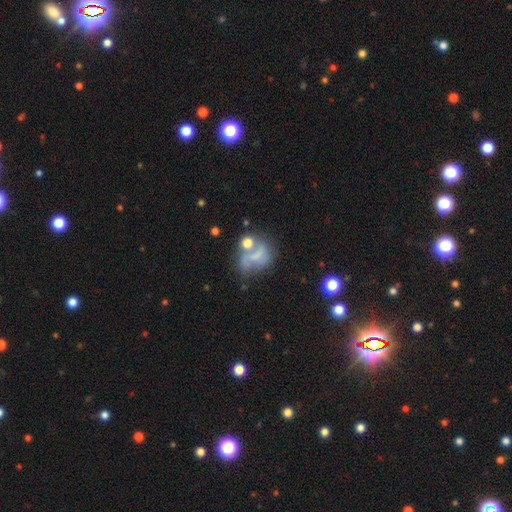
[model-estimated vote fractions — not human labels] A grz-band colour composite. It shows a featured or disk galaxy (43%). Merging: none (32%).